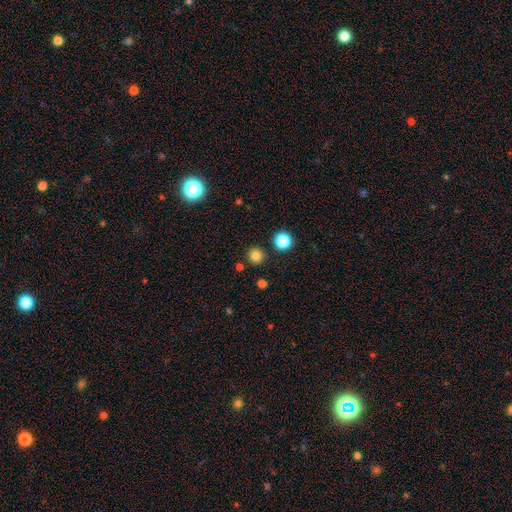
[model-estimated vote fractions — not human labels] This appears to be a smooth galaxy with no disk features (81%) that is round (94%). Merging: none (90%).